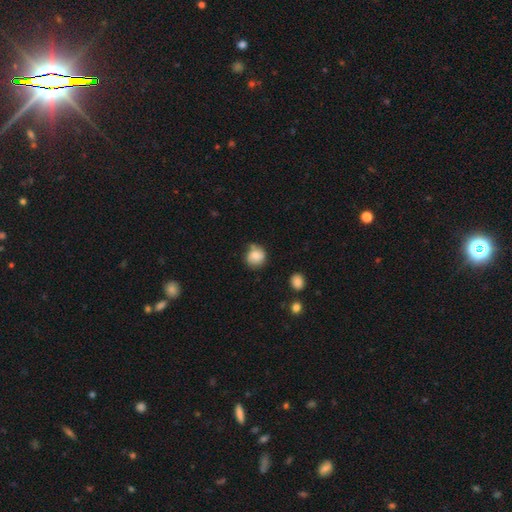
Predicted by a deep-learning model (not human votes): Smooth or featured? smooth (75%)
How rounded? round (84%)
Merging? none (63%)